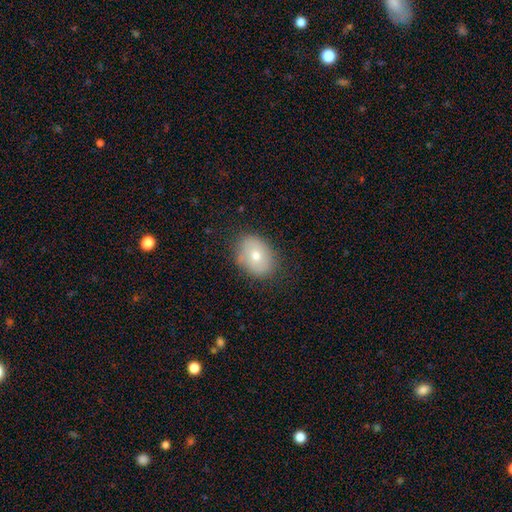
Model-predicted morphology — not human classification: Overall: smooth (68%). How rounded: in between (64%; round 35%). Merging: none (79%).